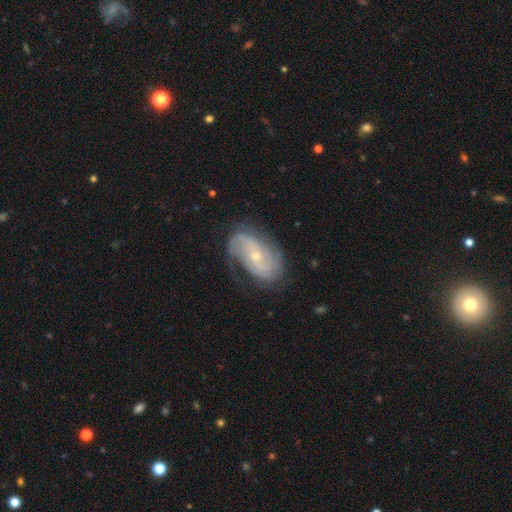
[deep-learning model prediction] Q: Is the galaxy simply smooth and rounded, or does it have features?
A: featured or disk — 81%.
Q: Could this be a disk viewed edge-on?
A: no — 96%.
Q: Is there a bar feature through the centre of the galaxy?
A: no — 61%.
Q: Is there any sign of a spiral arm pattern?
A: yes — 93%.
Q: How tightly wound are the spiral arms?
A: medium — 40%, tied with tight.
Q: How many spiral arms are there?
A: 2 — 50%.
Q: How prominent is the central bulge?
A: small — 72%.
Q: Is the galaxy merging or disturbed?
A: none — 68%.